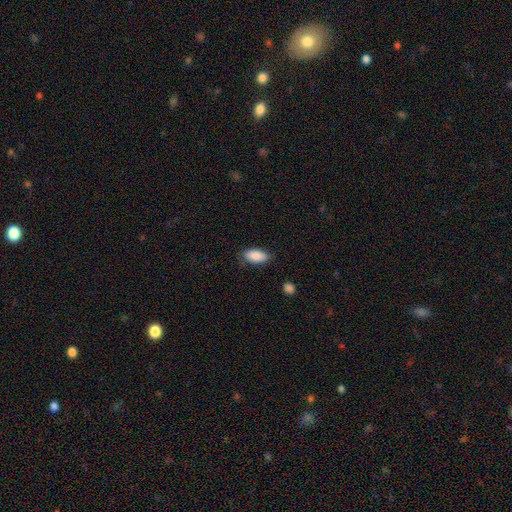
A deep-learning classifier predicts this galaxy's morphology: This is clearly a smooth galaxy (88%). How rounded: clearly in between (91%). Merging: likely none (80%).